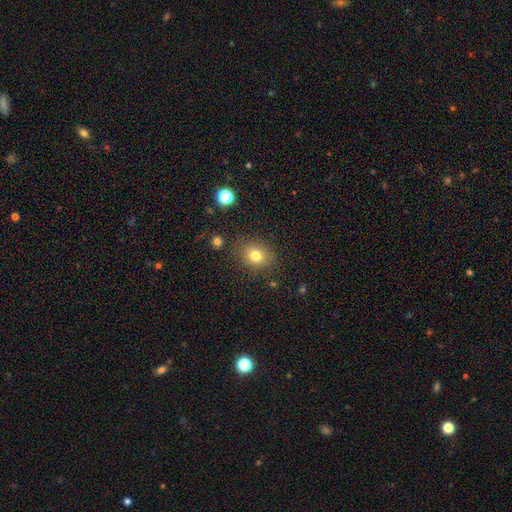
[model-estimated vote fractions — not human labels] A smooth galaxy with no disk features (78%) that is round (64%). Merging: none (82%).